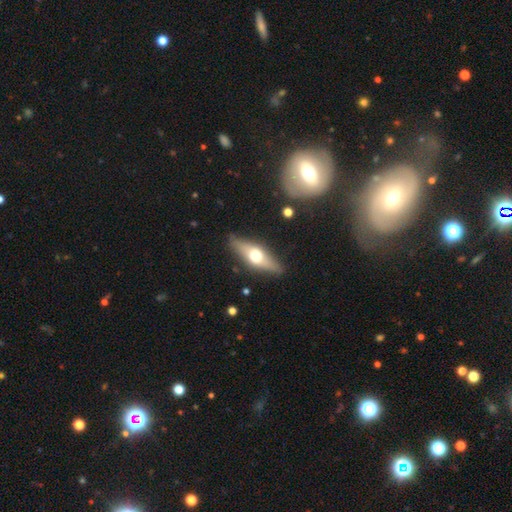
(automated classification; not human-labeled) This is possibly a featured or disk galaxy (52%). It is clearly viewed edge-on (84%). Merging: clearly none (85%).